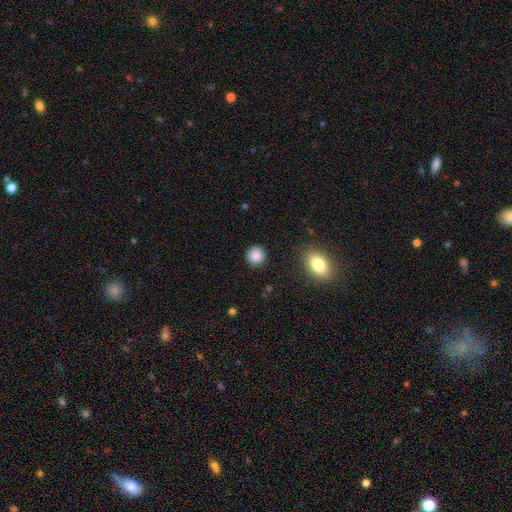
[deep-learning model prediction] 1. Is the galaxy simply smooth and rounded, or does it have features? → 87% smooth, 10% star or artifact, 4% featured or disk.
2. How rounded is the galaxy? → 91% round, 8% in between, 1% cigar-shaped.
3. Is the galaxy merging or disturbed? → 89% none, 7% minor disturbance, 2% major disturbance, 1% merger.